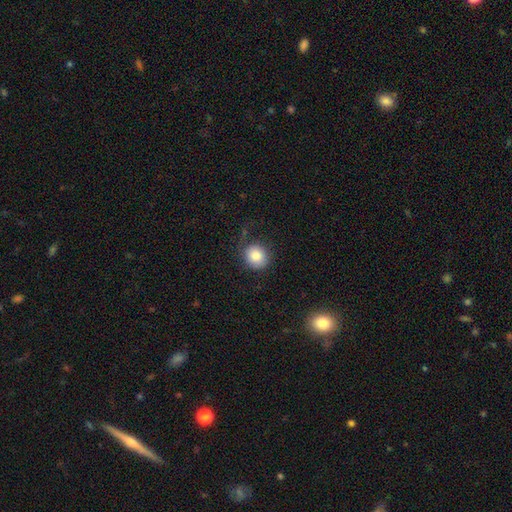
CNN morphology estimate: Smooth or featured: smooth — 82% (star or artifact — 9%)
How rounded: round — 85% (in between — 14%)
Merging: none — 77% (minor disturbance — 15%)